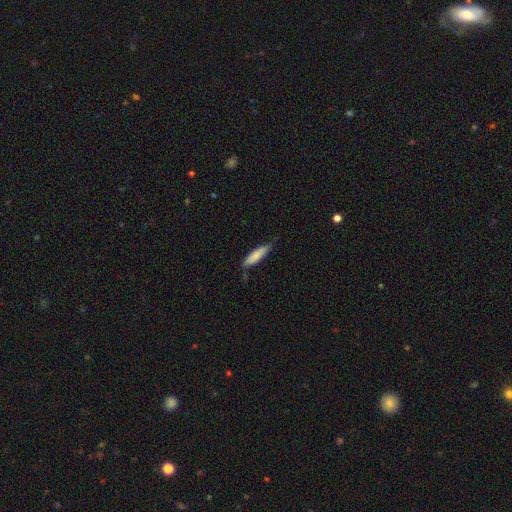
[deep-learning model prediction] Smooth or featured? Predicted: smooth (p=0.82). How rounded? Predicted: cigar-shaped (p=0.72). Merging? Predicted: none (p=0.70).